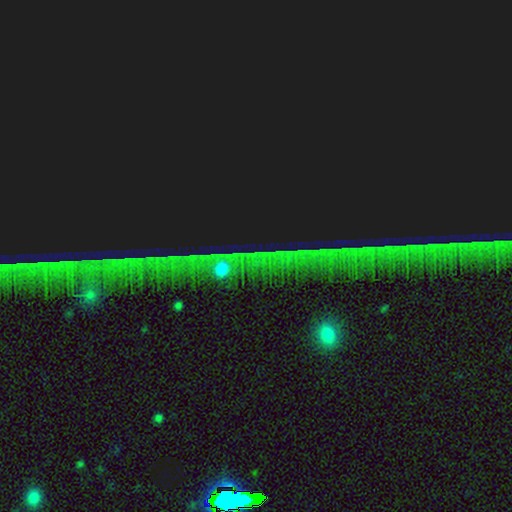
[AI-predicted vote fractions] This appears to be a star or artifact, not a galaxy (82%).